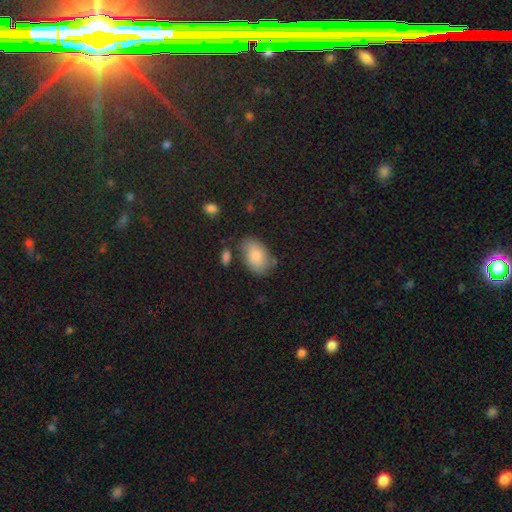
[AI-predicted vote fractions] Smooth or featured? smooth (81%)
How rounded? in between (89%)
Merging? none (66%)